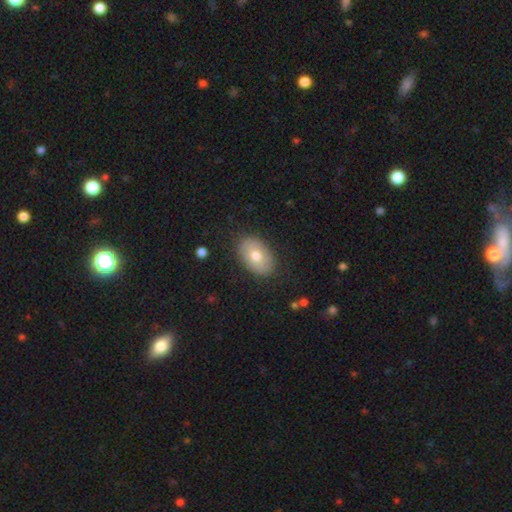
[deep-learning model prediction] smooth 73%, featured or disk 20%, star or artifact 7%. Down the decision tree: how rounded — in between (89%); merging — none (86%).